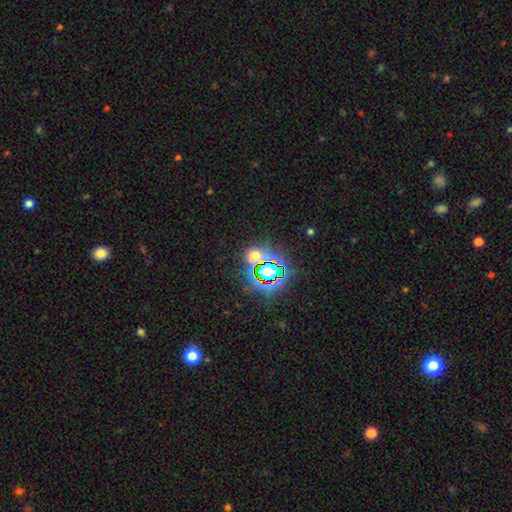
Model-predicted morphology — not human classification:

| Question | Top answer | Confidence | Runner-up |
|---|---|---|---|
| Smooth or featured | star or artifact | 61% | smooth (30%) |